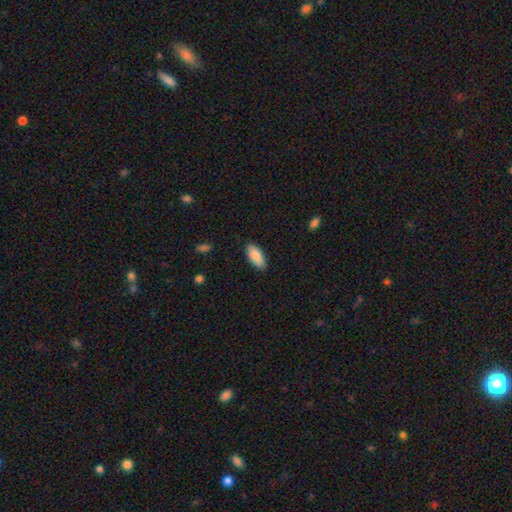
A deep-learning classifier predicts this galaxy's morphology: This is clearly a smooth galaxy (85%). How rounded: clearly in between (85%). Merging: clearly none (86%).